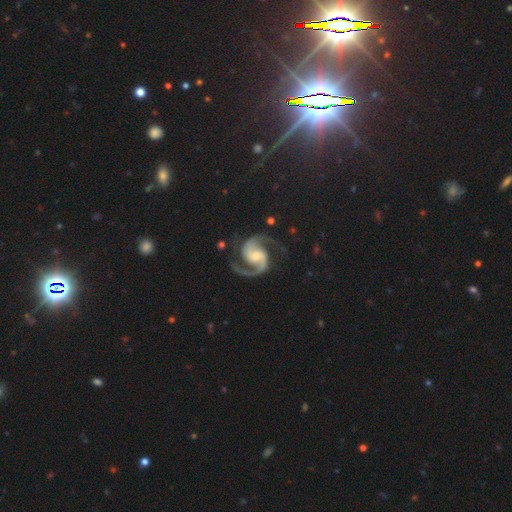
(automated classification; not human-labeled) Smooth or featured? Predicted: featured or disk (p=0.94). Edge-on disk? Predicted: no (p=0.98). Bar? Predicted: no (p=0.50). Spiral arms? Predicted: yes (p=0.99). Spiral winding? Predicted: medium (p=0.65). Spiral arm count? Predicted: 2 (p=0.94). Bulge size? Predicted: moderate (p=0.42). Merging? Predicted: none (p=0.78).